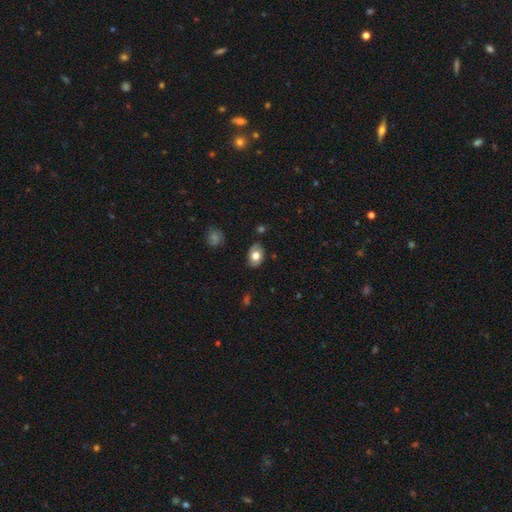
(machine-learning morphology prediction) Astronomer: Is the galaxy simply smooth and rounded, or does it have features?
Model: smooth — 72%.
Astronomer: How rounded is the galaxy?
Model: in between — 81%.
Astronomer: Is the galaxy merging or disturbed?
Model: none — 79%.